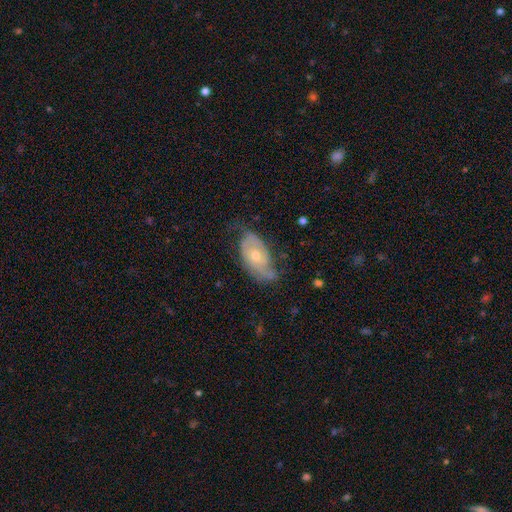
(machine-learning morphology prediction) type=featured or disk (71%); edge-on=no (93%); bar=no (78%); spiral arms=yes (80%); winding=tight (44%); arm count=2 (60%); bulge=small (50%); merging=none (56%).